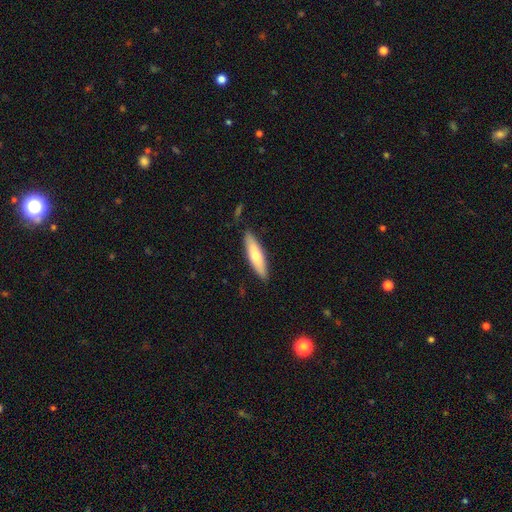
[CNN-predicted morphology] Overall: smooth (67%; featured or disk 27%). How rounded: cigar-shaped (73%). Merging: none (87%).